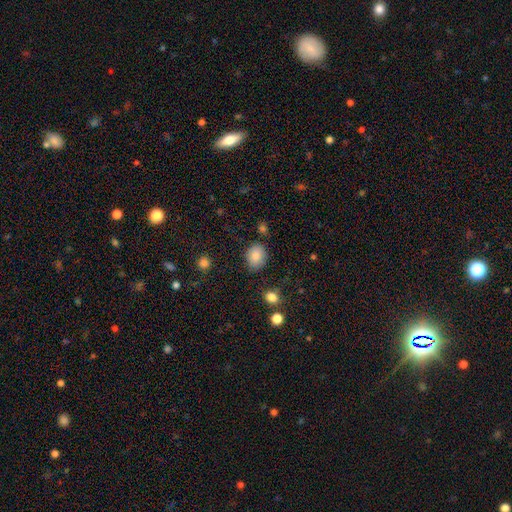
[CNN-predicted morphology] smooth-or-featured: smooth: 85% | star or artifact: 8% | featured or disk: 6%
  how-rounded: in between: 57% | round: 42% | cigar-shaped: 1%
  merging: none: 82% | minor disturbance: 12% | major disturbance: 3% | merger: 3%